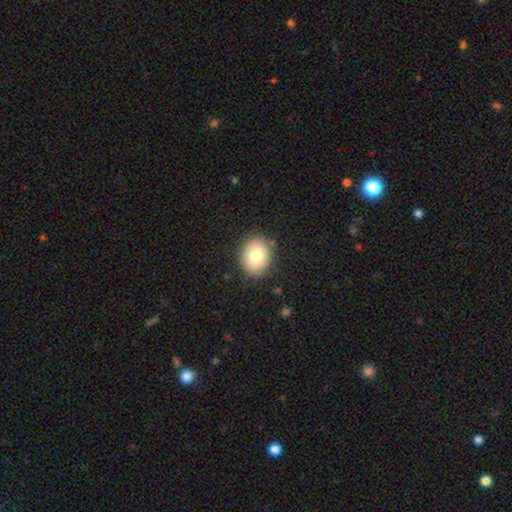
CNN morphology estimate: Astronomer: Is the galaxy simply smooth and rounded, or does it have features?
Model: smooth — 78%.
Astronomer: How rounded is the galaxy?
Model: round — 53% (runner-up: in between, 47%).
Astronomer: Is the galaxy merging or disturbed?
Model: none — 87%.